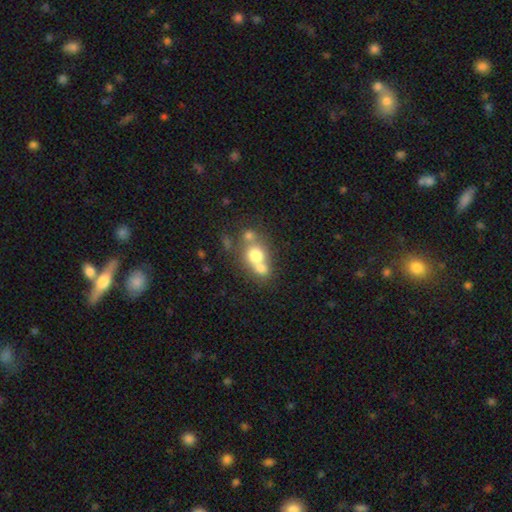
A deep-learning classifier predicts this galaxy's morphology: type=smooth (68%); roundness=round (71%); merging=merger (59%).